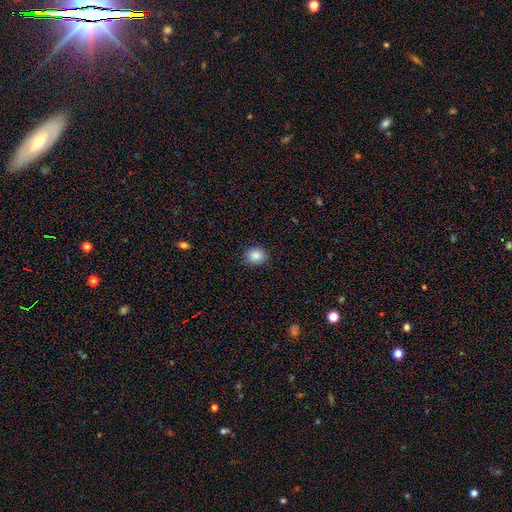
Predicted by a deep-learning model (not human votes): A smooth galaxy with no disk features (87%) that is round (59%). Merging: none (87%).